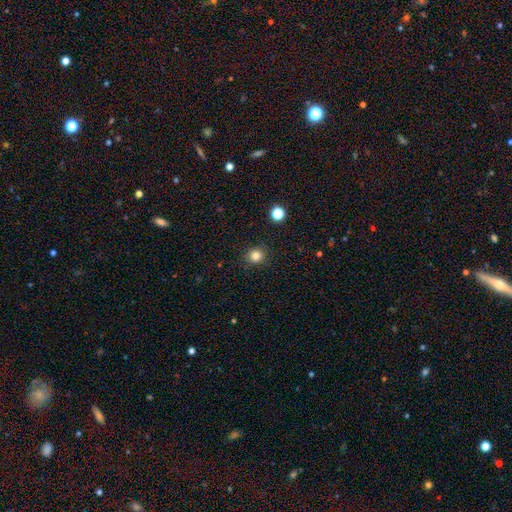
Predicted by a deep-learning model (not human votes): This is clearly a smooth galaxy (83%). How rounded: clearly round (88%). Merging: clearly none (89%).